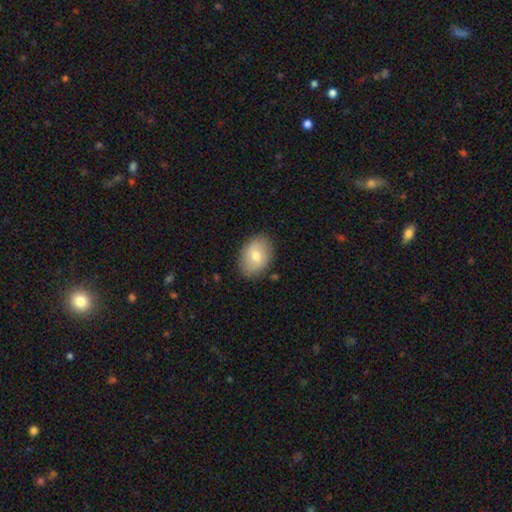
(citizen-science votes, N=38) smooth_or_featured: smooth (p=0.71) [alt: featured or disk p=0.29]
how_rounded: in between (p=0.89) [alt: round p=0.11]
merging: none (p=0.87) [alt: minor disturbance p=0.08]